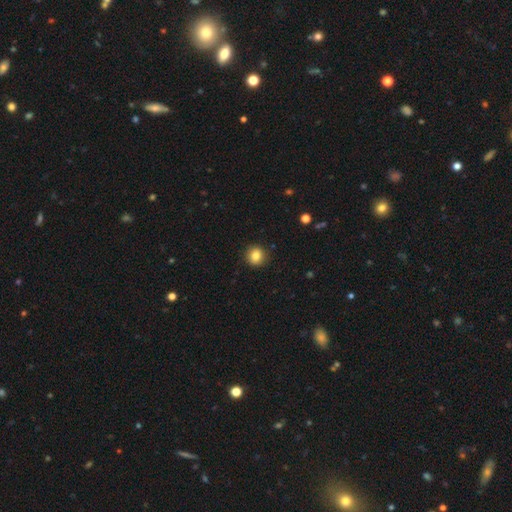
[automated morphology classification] Smooth or featured: smooth — 83% (star or artifact — 10%)
How rounded: round — 88% (in between — 11%)
Merging: none — 91% (minor disturbance — 6%)